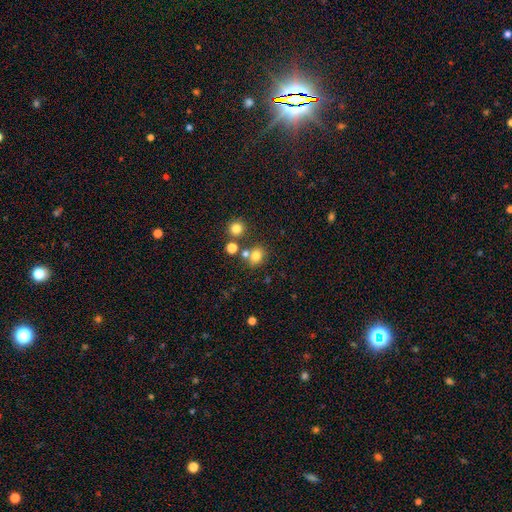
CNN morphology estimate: The model was most divided on "how rounded": round: 64%, in between: 35%, cigar-shaped: 1%. More confident: smooth or featured — smooth (76%); merging — none (66%).